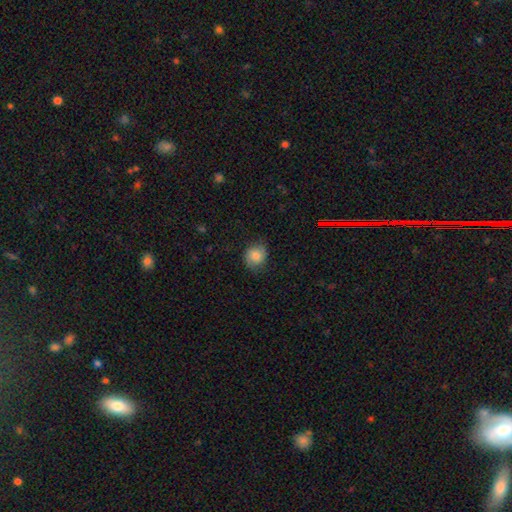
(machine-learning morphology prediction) smooth-or-featured: smooth: 80% | featured or disk: 12% | star or artifact: 8%
  how-rounded: round: 71% | in between: 28% | cigar-shaped: 1%
  merging: none: 74% | minor disturbance: 20% | major disturbance: 5% | merger: 1%